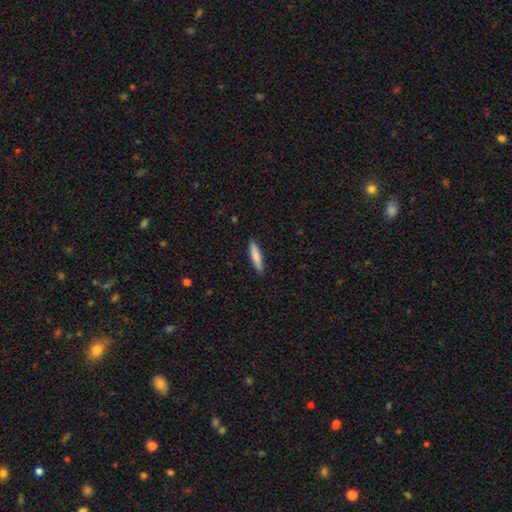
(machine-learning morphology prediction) The model was most divided on "how rounded": cigar-shaped: 80%, in between: 19%, round: 1%. More confident: merging — none (90%); smooth or featured — smooth (83%).